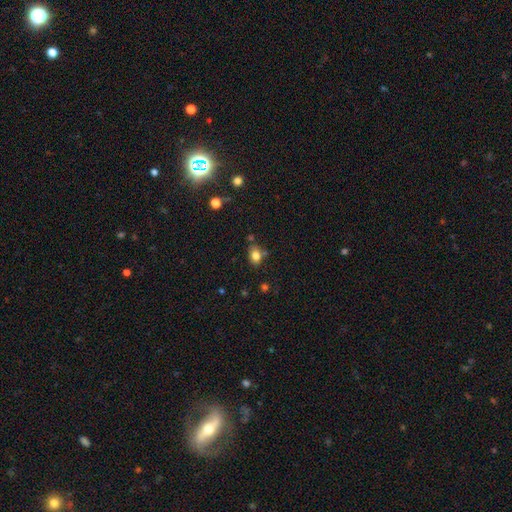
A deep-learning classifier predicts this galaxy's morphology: Smooth or featured?
  - smooth: 80% *
  - star or artifact: 12%
  - featured or disk: 9%
How rounded?
  - in between: 64% *
  - round: 35%
  - cigar-shaped: 1%
Merging?
  - none: 68% *
  - minor disturbance: 18%
  - merger: 10%
  - major disturbance: 4%